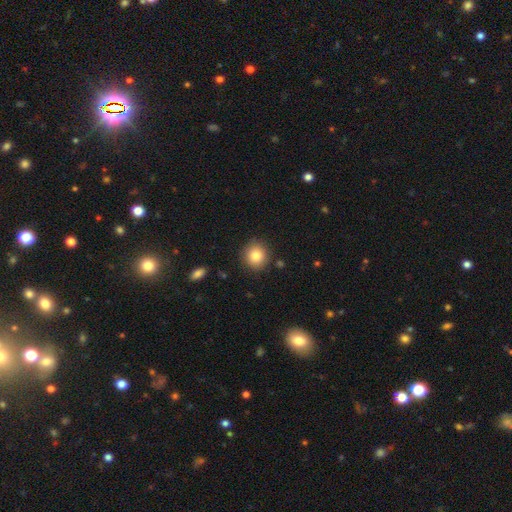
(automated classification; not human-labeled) Overall: smooth (82%). How rounded: round (86%). Merging: none (88%).